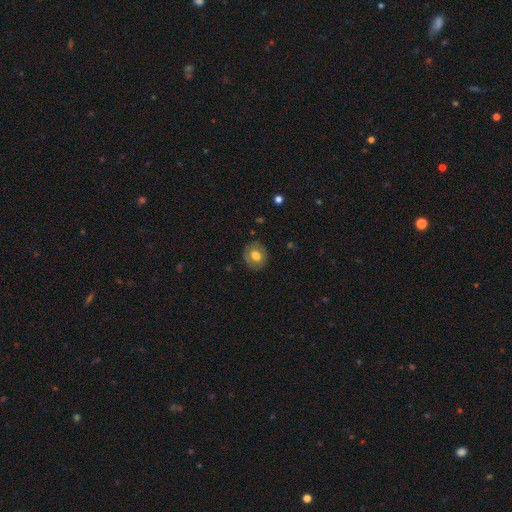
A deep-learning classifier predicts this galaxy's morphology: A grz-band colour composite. It shows a smooth galaxy with no disk features (64%) that is round (66%). Merging: none (83%).